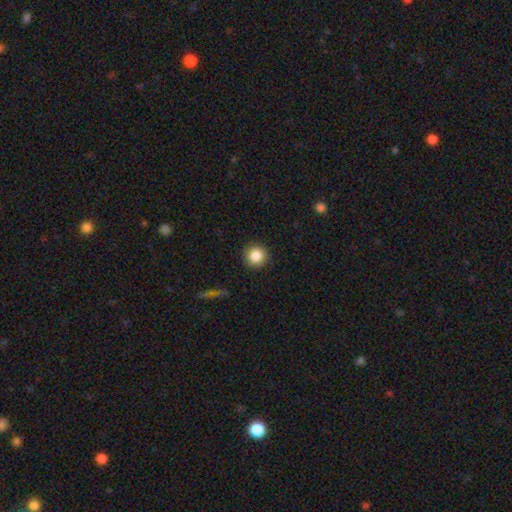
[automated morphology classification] smooth 86%, star or artifact 9%, featured or disk 5%. Down the decision tree: how rounded — round (95%); merging — none (90%).